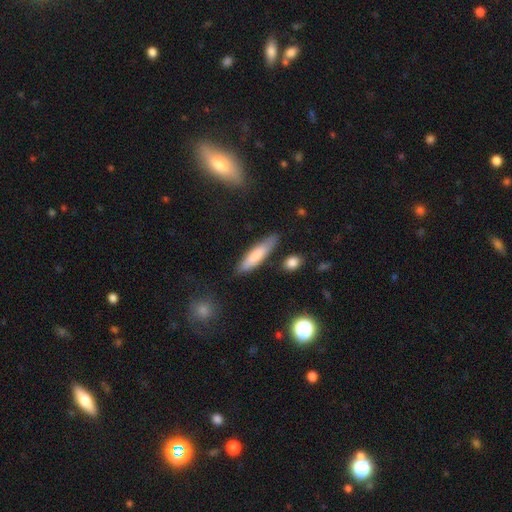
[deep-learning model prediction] This appears to be a smooth galaxy with no disk features (76%) that is cigar-shaped (75%). Merging: none (80%).